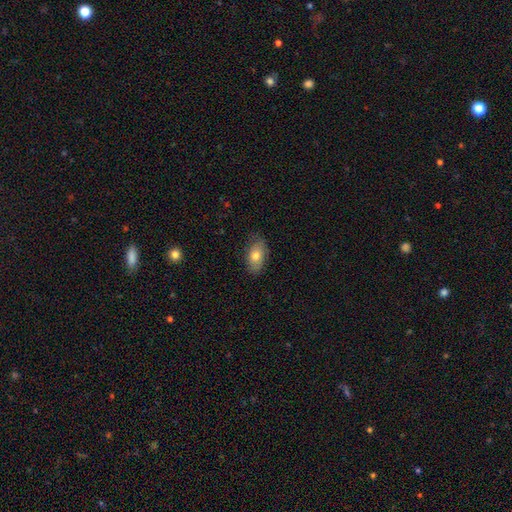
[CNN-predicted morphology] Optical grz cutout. It shows a smooth galaxy with no disk features (73%) that is in between round and cigar-shaped (90%). Merging: none (78%).